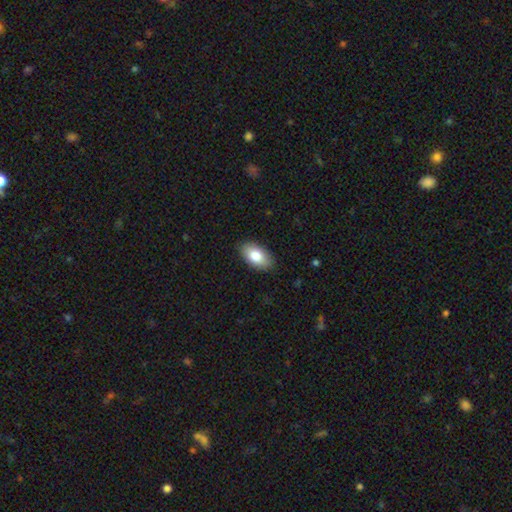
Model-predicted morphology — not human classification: The model was most divided on "smooth or featured": smooth: 81%, featured or disk: 12%, star or artifact: 7%. More confident: how rounded — in between (94%); merging — none (88%).